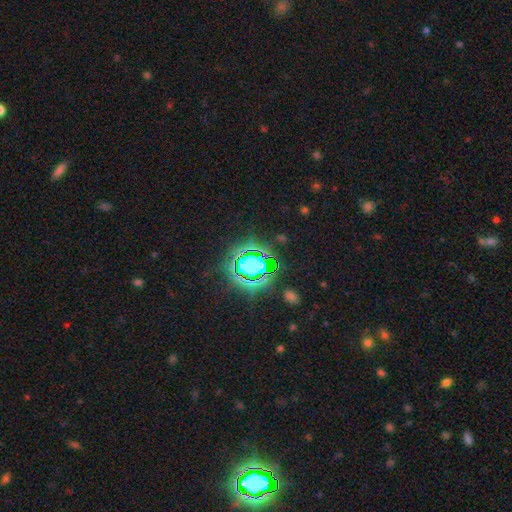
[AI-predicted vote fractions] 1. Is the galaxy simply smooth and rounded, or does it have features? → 76% star or artifact, 15% smooth, 9% featured or disk.